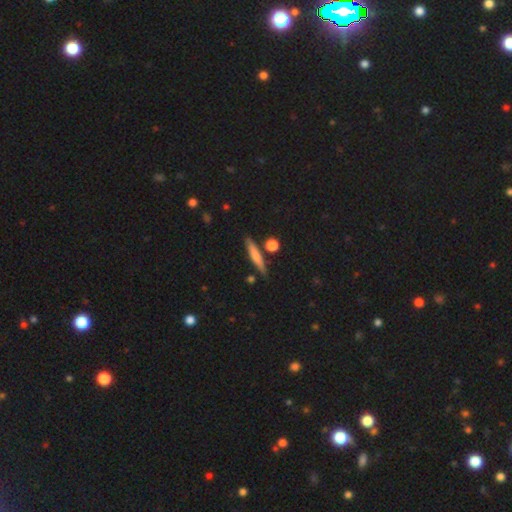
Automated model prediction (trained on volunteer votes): smooth 59%, featured or disk 34%, star or artifact 7%. Down the decision tree: how rounded — cigar-shaped (88%); merging — none (83%).